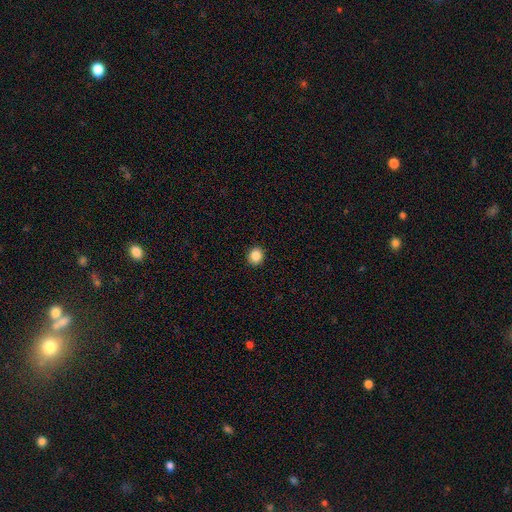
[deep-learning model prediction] A smooth galaxy with no disk features (87%) that is round (80%). Merging: none (92%).